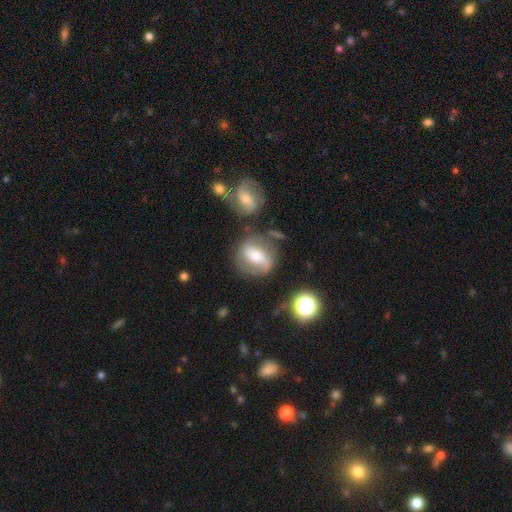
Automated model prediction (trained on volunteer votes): Smooth or featured?
  - featured or disk: 62% *
  - smooth: 30%
  - star or artifact: 8%
Edge-on disk?
  - no: 93% *
  - yes: 7%
Bar?
  - strong: 45% *
  - weak: 34%
  - no: 20%
Spiral arms?
  - yes: 80% *
  - no: 20%
Bulge size?
  - moderate: 63% *
  - small: 28%
  - large: 6%
  - none: 2%
  - dominant: 1%
Merging?
  - none: 64% *
  - minor disturbance: 16%
  - merger: 12%
  - major disturbance: 8%